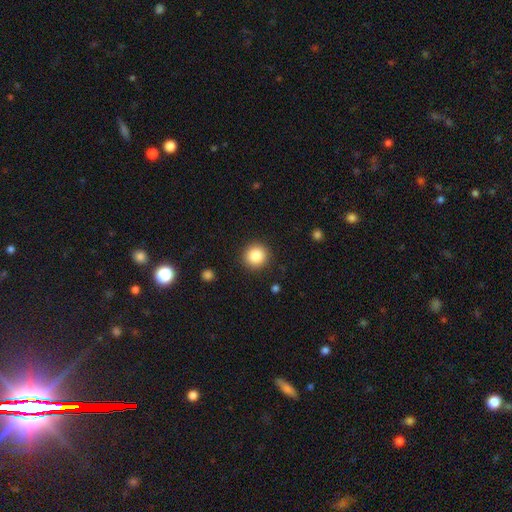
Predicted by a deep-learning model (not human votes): Smooth or featured?
  - smooth: 85% *
  - star or artifact: 9%
  - featured or disk: 5%
How rounded?
  - round: 94% *
  - in between: 6%
  - cigar-shaped: 1%
Merging?
  - none: 91% *
  - minor disturbance: 6%
  - major disturbance: 2%
  - merger: 1%